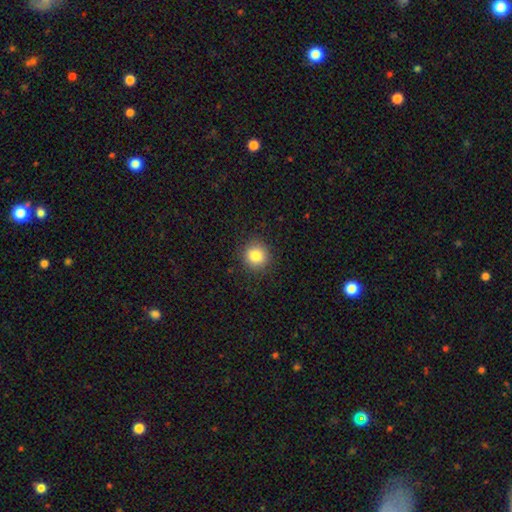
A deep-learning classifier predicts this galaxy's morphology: smooth_or_featured: smooth (p=0.84) [alt: star or artifact p=0.10]
how_rounded: round (p=0.90) [alt: in between p=0.09]
merging: none (p=0.90) [alt: minor disturbance p=0.07]